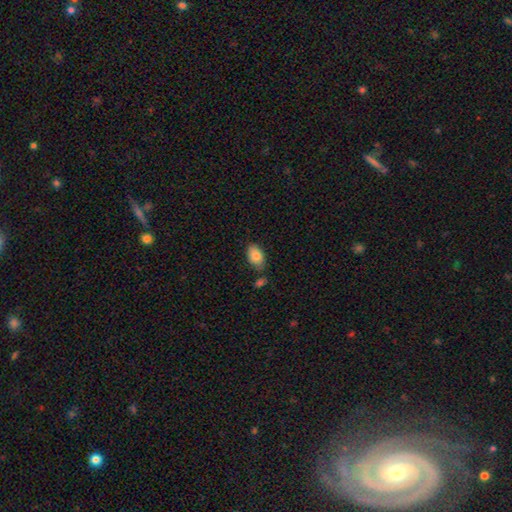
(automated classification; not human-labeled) Smooth or featured? smooth (85%)
How rounded? in between (91%)
Merging? none (74%)